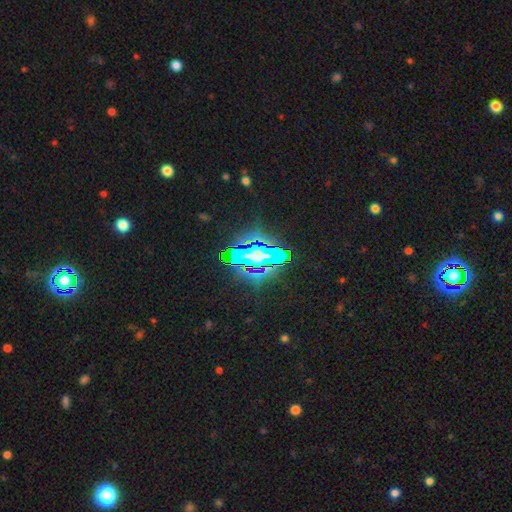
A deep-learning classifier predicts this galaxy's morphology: star or artifact 58%, smooth 22%, featured or disk 19%.